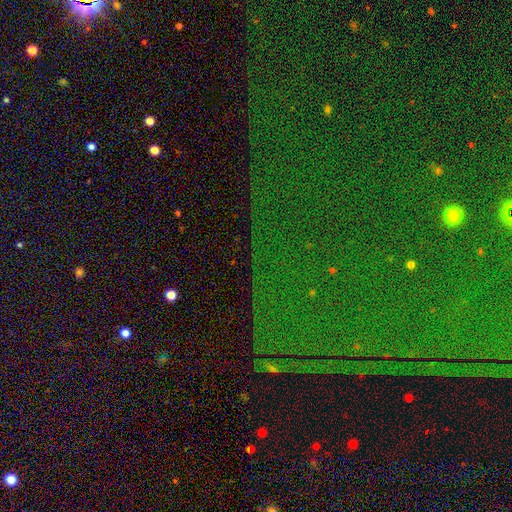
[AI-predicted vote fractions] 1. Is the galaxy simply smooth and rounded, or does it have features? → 85% star or artifact, 7% smooth, 7% featured or disk.